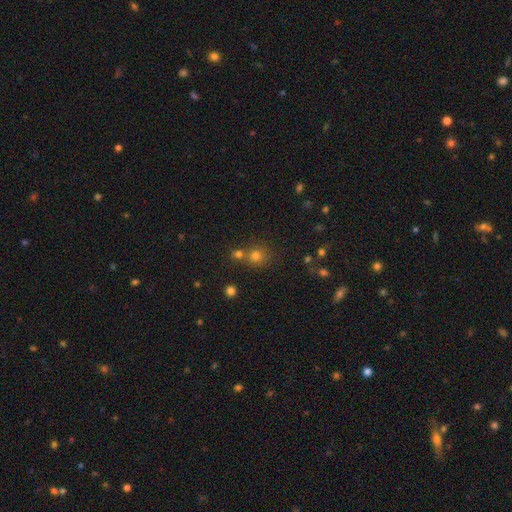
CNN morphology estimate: The model was most divided on "merging": none: 62%, merger: 27%, minor disturbance: 8%, major disturbance: 3%. More confident: how rounded — round (87%); smooth or featured — smooth (69%).